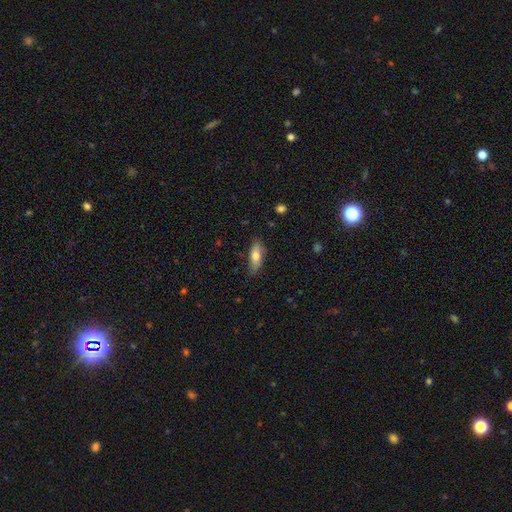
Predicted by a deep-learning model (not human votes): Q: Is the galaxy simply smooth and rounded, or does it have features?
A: smooth — 73%.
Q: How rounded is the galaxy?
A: in between — 67%.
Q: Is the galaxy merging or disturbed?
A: none — 78%.